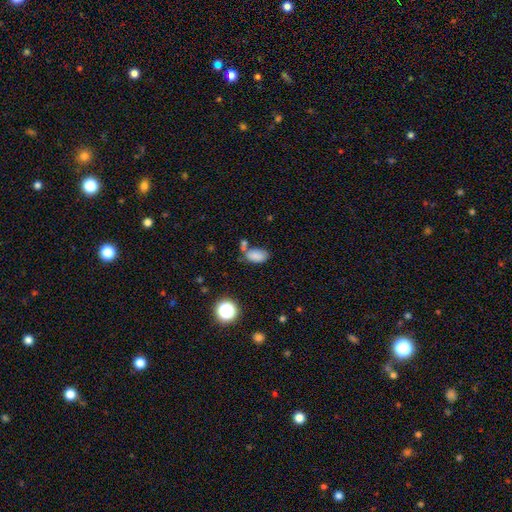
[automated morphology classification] This is clearly a smooth galaxy (83%). How rounded: clearly in between (91%). Merging: possibly none (55%).